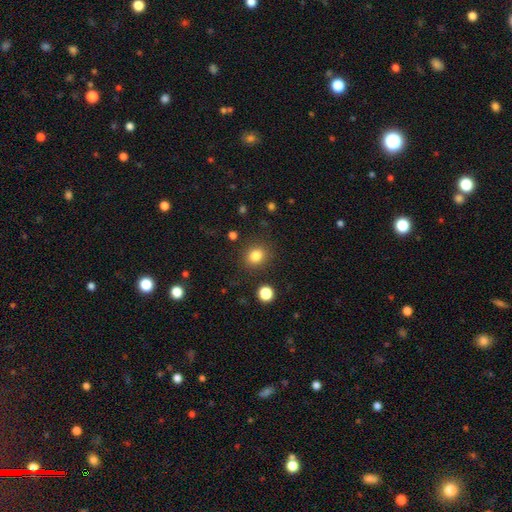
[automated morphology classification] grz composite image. It shows a smooth galaxy with no disk features (83%) that is round (74%). Merging: none (86%).